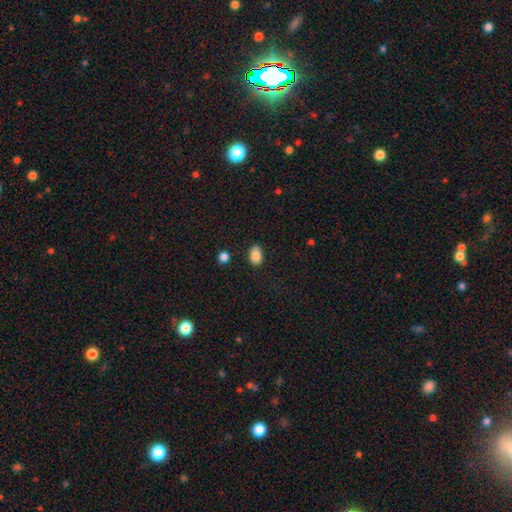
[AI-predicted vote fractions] Morphology: type=smooth (86%); roundness=in between (82%); merging=none (75%).